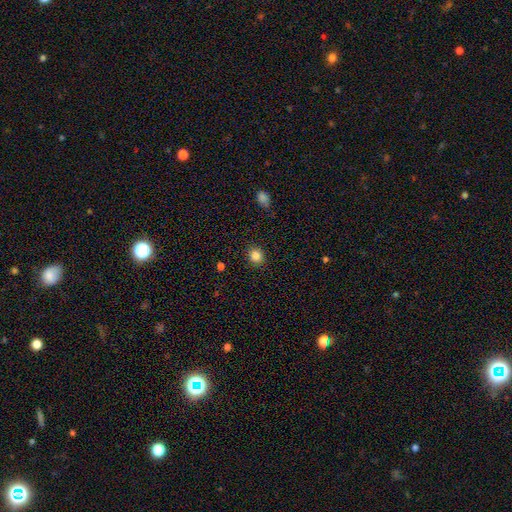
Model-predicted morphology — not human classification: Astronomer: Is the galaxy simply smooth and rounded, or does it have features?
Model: smooth — 84%.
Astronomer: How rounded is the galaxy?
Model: round — 77%.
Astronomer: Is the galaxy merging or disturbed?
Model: none — 89%.